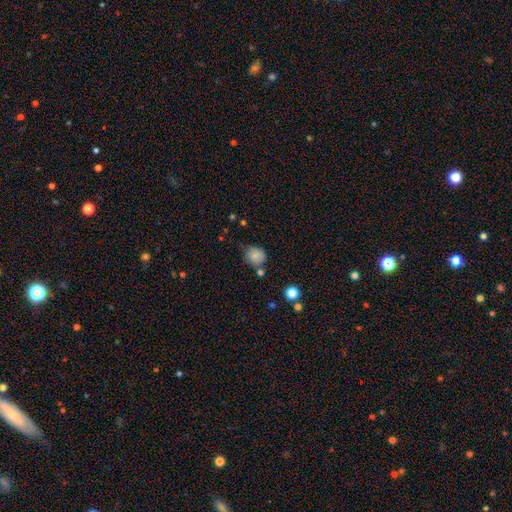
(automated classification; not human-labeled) Q: Smooth or featured?
A: smooth (84%); runner-up: star or artifact (10%)
Q: How rounded?
A: round (80%); runner-up: in between (19%)
Q: Merging?
A: none (65%); runner-up: minor disturbance (21%)